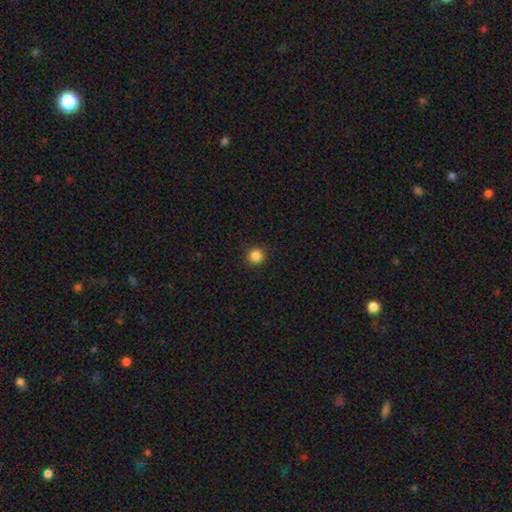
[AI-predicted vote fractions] smooth 85%, star or artifact 12%, featured or disk 3%. Down the decision tree: how rounded — round (95%); merging — none (92%).